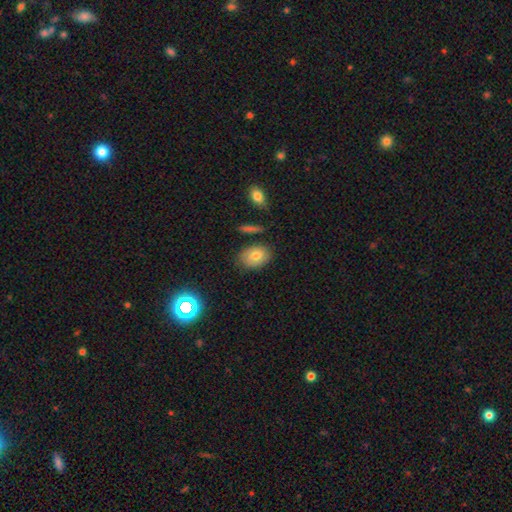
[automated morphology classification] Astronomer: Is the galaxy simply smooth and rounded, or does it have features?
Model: smooth — 77%.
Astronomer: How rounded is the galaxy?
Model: in between — 74%.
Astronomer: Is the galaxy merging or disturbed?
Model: none — 77%.